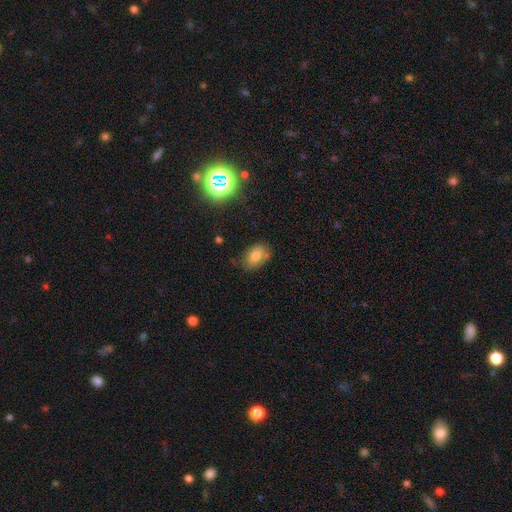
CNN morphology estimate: This appears to be a smooth galaxy with no disk features (74%) that is in between round and cigar-shaped (84%). Merging: none (70%).